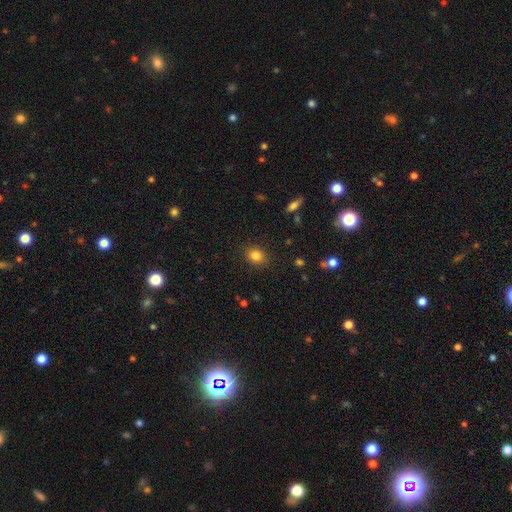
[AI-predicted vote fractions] A smooth galaxy with no disk features (82%) that is round (52%).

Vote fractions:
- Smooth or featured? smooth: 82% / star or artifact: 11% / featured or disk: 6%
- How rounded? round: 52% / in between: 46% / cigar-shaped: 1%
- Merging? none: 87% / minor disturbance: 9% / major disturbance: 3% / merger: 1%